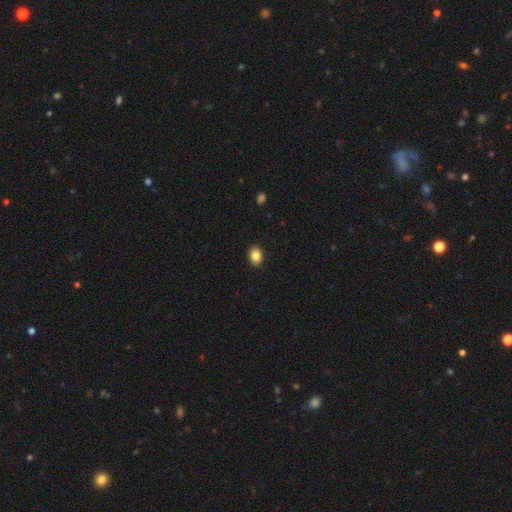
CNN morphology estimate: This appears to be a smooth galaxy with no disk features (86%) that is in between round and cigar-shaped (67%). Merging: none (91%).